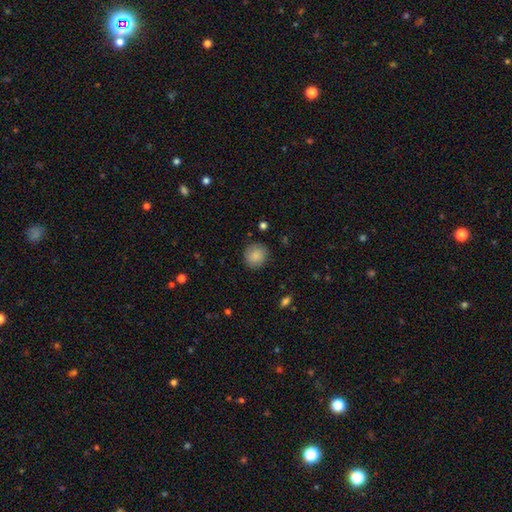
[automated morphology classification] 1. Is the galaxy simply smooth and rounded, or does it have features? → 87% smooth, 7% star or artifact, 6% featured or disk.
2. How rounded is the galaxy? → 88% round, 11% in between, 1% cigar-shaped.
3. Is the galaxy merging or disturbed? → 87% none, 10% minor disturbance, 3% major disturbance, 1% merger.